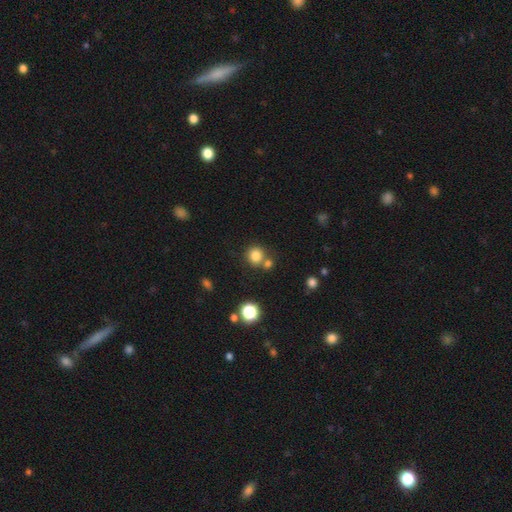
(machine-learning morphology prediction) Smooth or featured: smooth — 81% (star or artifact — 13%)
How rounded: round — 89% (in between — 10%)
Merging: none — 69% (merger — 19%)